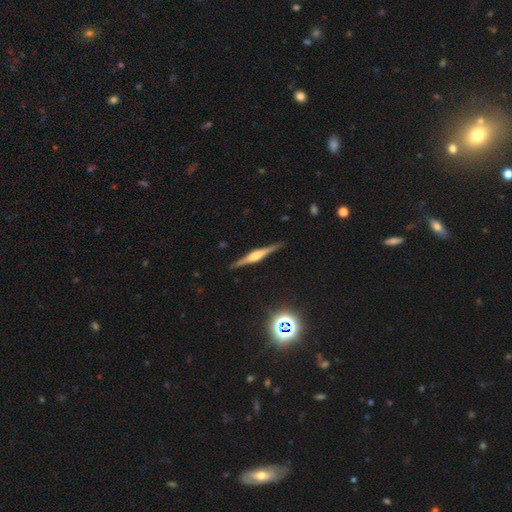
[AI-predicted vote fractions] Smooth or featured: featured or disk — 78% (smooth — 15%)
Edge-on disk: yes — 98% (no — 2%)
Edge-on bulge: rounded — 67% (boxy — 27%)
Merging: none — 90% (minor disturbance — 8%)